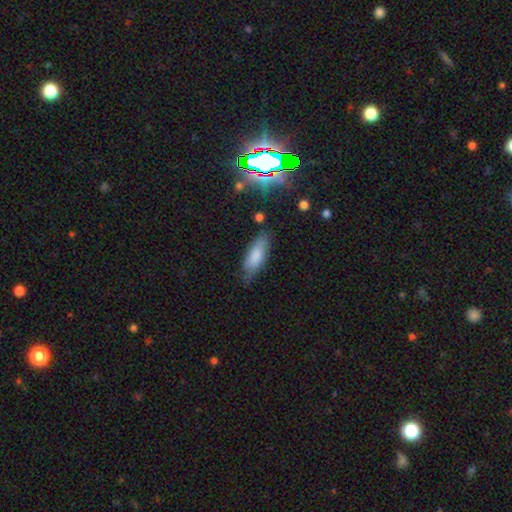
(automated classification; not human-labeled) Morphology: type=smooth (76%); roundness=in between (64%); merging=none (70%).